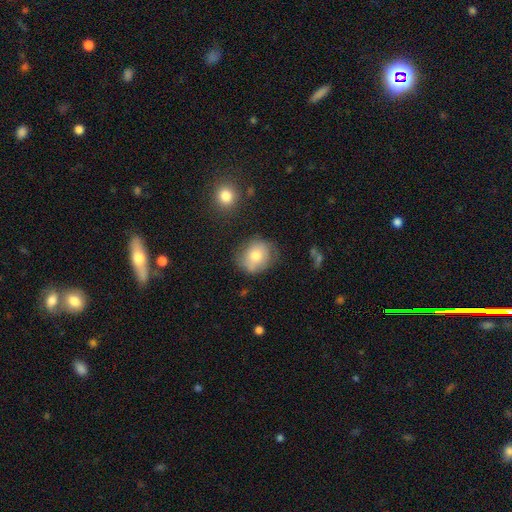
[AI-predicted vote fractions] Q: Smooth or featured?
A: smooth (70%); runner-up: featured or disk (21%)
Q: How rounded?
A: round (71%); runner-up: in between (28%)
Q: Merging?
A: none (68%); runner-up: minor disturbance (22%)